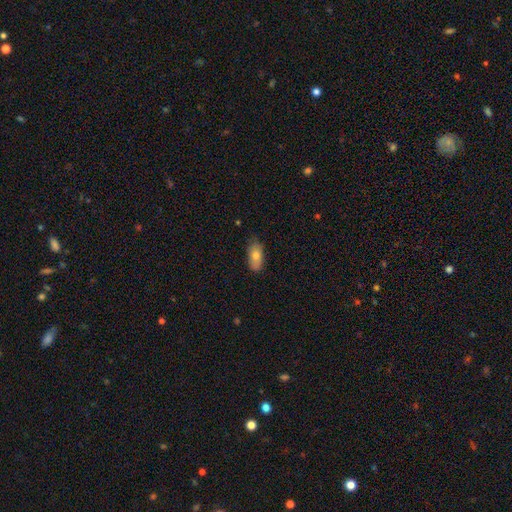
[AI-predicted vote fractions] This appears to be a smooth galaxy with no disk features (76%) that is in between round and cigar-shaped (87%). Merging: none (79%).